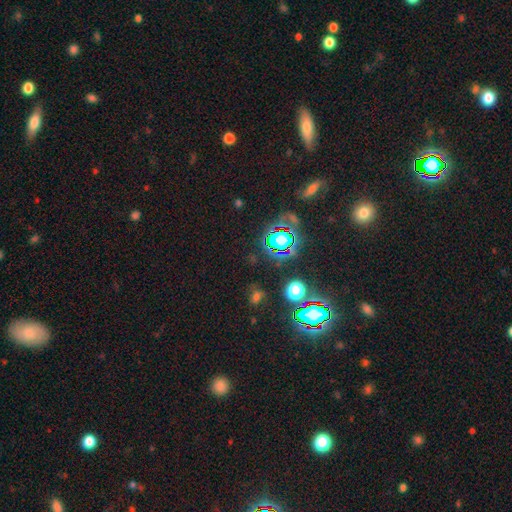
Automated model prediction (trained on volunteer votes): smooth-or-featured: star or artifact: 72% | smooth: 20% | featured or disk: 9%